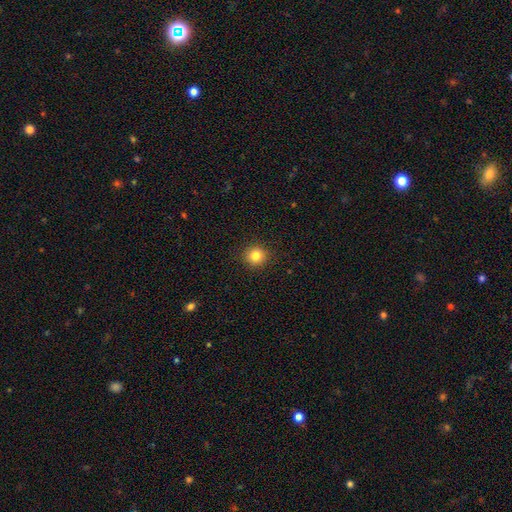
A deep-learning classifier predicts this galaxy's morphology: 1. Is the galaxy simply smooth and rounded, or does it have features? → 83% smooth, 11% star or artifact, 6% featured or disk.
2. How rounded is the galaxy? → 92% round, 7% in between, 1% cigar-shaped.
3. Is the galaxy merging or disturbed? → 92% none, 6% minor disturbance, 2% major disturbance, 1% merger.